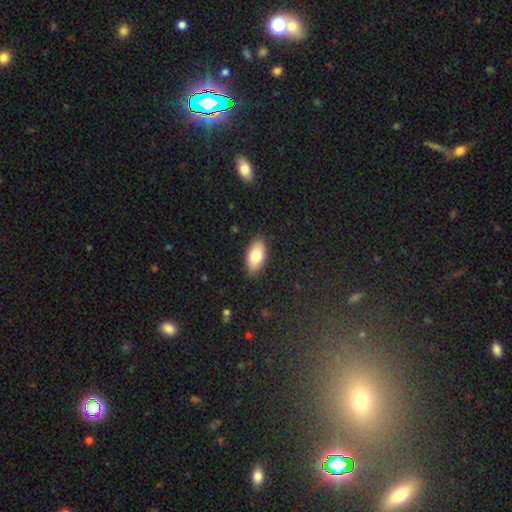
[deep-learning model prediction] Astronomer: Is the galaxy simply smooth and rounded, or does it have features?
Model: smooth — 79%.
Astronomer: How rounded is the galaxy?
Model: in between — 93%.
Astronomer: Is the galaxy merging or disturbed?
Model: none — 87%.